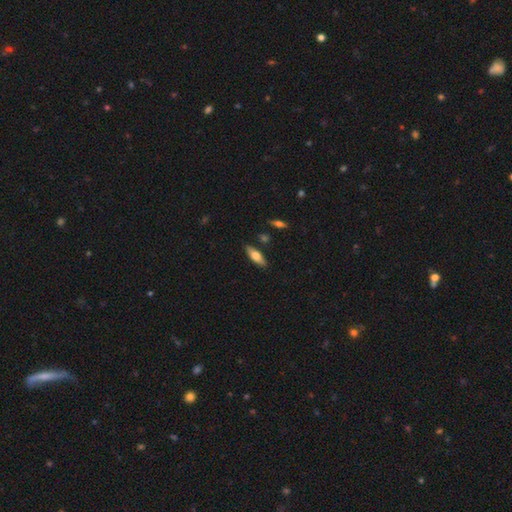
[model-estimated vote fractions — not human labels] A smooth galaxy with no disk features (62%) that is in between round and cigar-shaped (61%). Merging: none (85%).